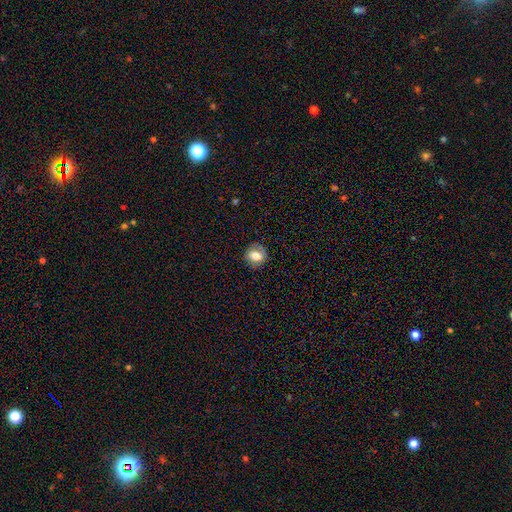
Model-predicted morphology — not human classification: This appears to be a smooth galaxy with no disk features (73%) that is round (65%). Merging: none (80%).